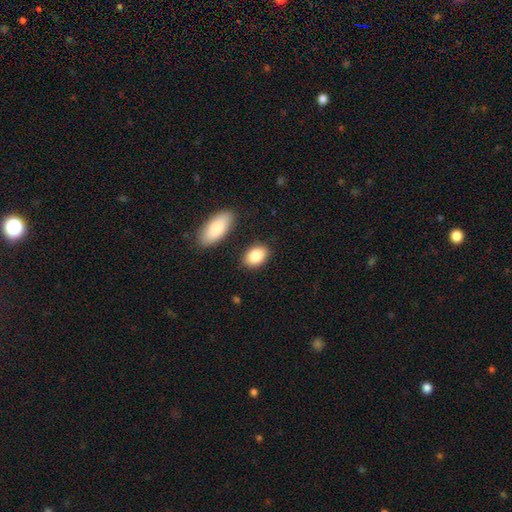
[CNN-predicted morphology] Q: Smooth or featured?
A: smooth (86%); runner-up: featured or disk (7%)
Q: How rounded?
A: in between (83%); runner-up: round (15%)
Q: Merging?
A: none (82%); runner-up: minor disturbance (10%)